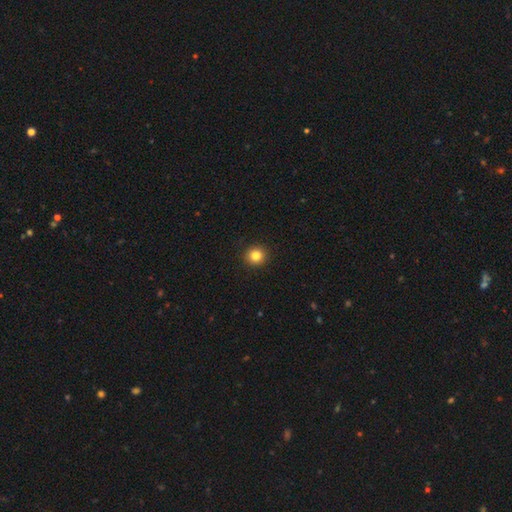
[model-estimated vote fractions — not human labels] A smooth galaxy with no disk features (83%) that is round (93%).

Vote fractions:
- Smooth or featured? smooth: 83% / star or artifact: 11% / featured or disk: 6%
- How rounded? round: 93% / in between: 6% / cigar-shaped: 1%
- Merging? none: 93% / minor disturbance: 4% / major disturbance: 2% / merger: 1%